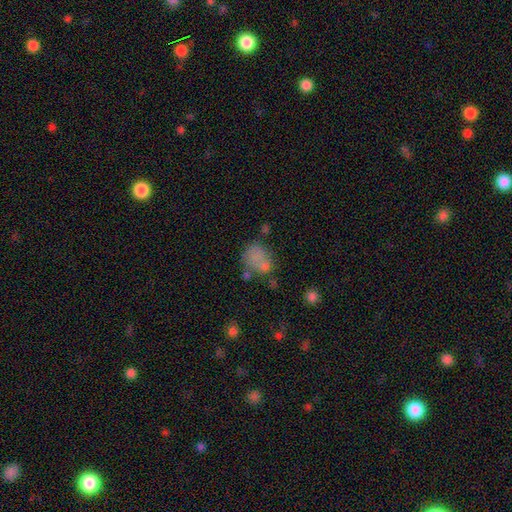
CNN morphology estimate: Smooth or featured? smooth (71%)
How rounded? in between (50%)
Merging? none (41%)